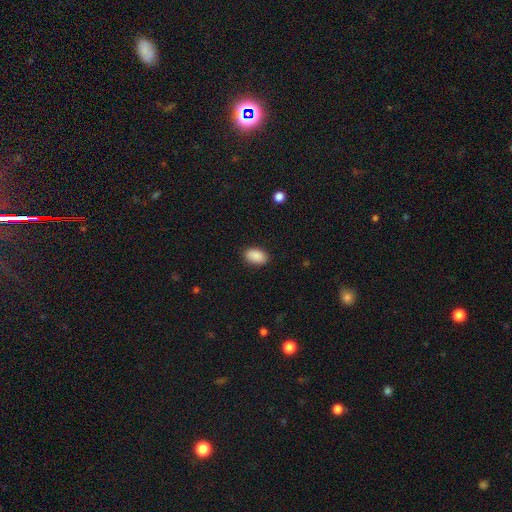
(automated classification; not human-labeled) The model was most divided on "merging": none: 89%, minor disturbance: 8%, major disturbance: 2%, merger: 1%. More confident: how rounded — in between (92%); smooth or featured — smooth (90%).